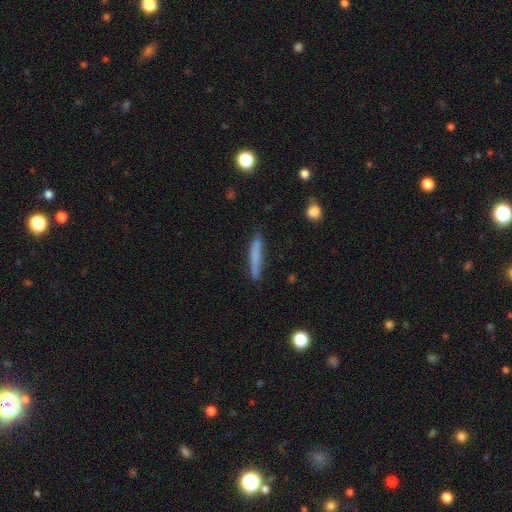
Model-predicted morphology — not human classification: This appears to be a smooth galaxy with no disk features (73%) that is cigar-shaped (94%). Merging: none (84%).